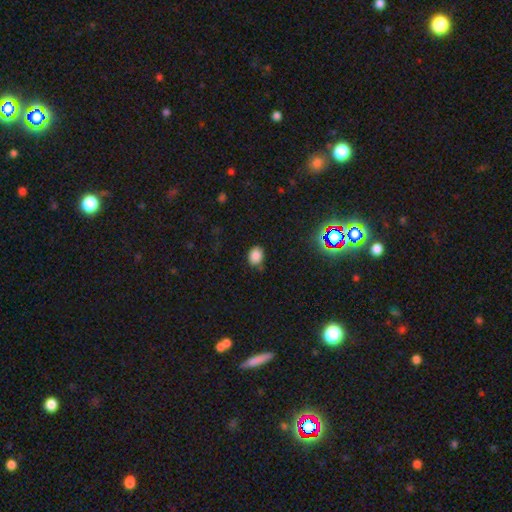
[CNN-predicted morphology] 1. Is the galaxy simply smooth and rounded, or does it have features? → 82% smooth, 13% star or artifact, 4% featured or disk.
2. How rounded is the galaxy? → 50% round, 49% in between, 1% cigar-shaped.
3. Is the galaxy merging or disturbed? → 76% none, 18% minor disturbance, 4% major disturbance, 2% merger.